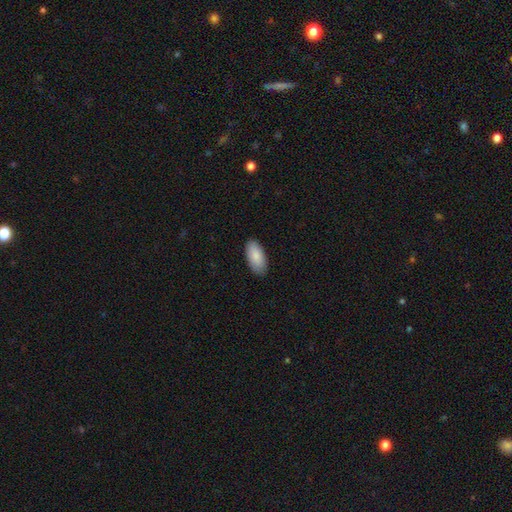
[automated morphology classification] smooth-or-featured: smooth: 88% | featured or disk: 7% | star or artifact: 5%
  how-rounded: in between: 93% | cigar-shaped: 6% | round: 2%
  merging: none: 88% | minor disturbance: 10% | major disturbance: 2% | merger: 1%